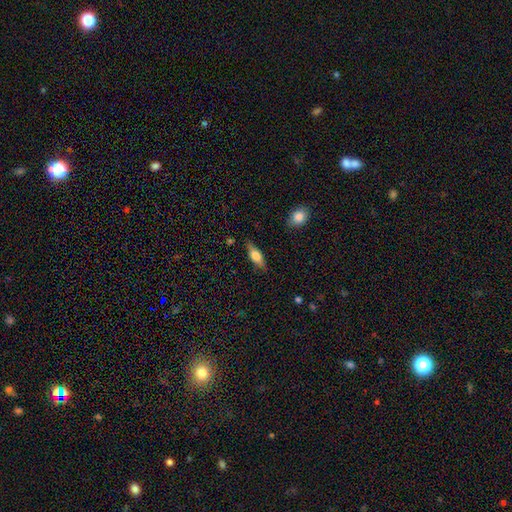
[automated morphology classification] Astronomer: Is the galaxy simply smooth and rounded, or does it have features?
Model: smooth — 63%.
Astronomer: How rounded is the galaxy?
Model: in between — 61%.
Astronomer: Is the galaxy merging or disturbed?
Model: none — 84%.